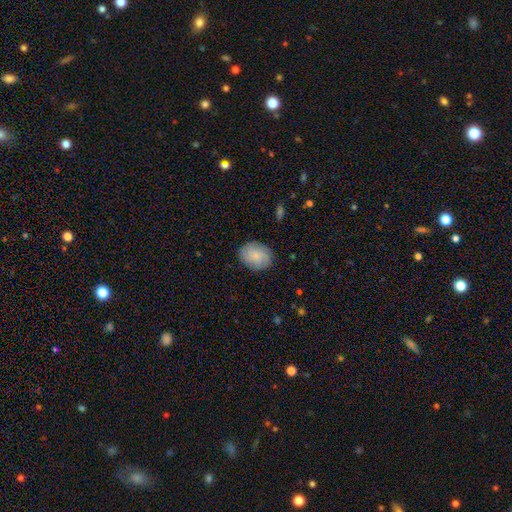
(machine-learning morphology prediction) This is likely a smooth galaxy (69%). How rounded: possibly in between (59%). Merging: clearly none (83%).